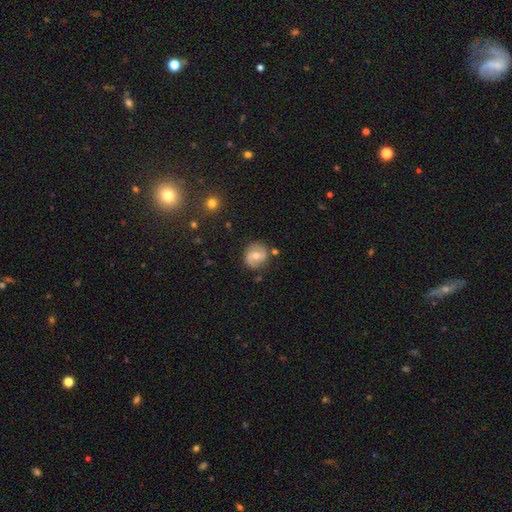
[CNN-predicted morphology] Overall: featured or disk (54%; smooth 38%). Edge-on disk: no (97%). Bar: no (49%; weak 40%). Spiral arms: yes (80%). Bulge size: moderate (72%). Merging: none (80%).